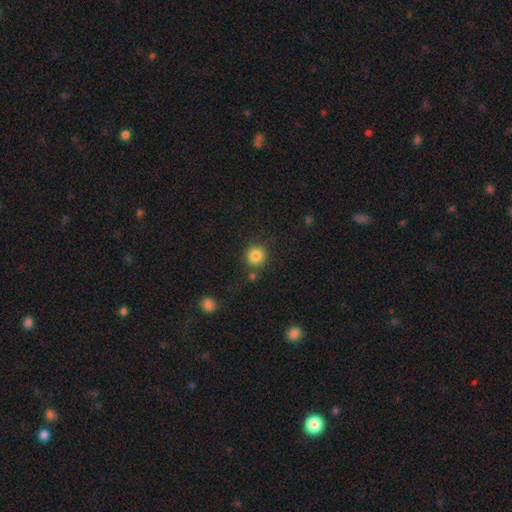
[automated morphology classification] smooth-or-featured: smooth: 85% | star or artifact: 11% | featured or disk: 4%
  how-rounded: round: 92% | in between: 7% | cigar-shaped: 1%
  merging: none: 81% | minor disturbance: 9% | merger: 7% | major disturbance: 3%